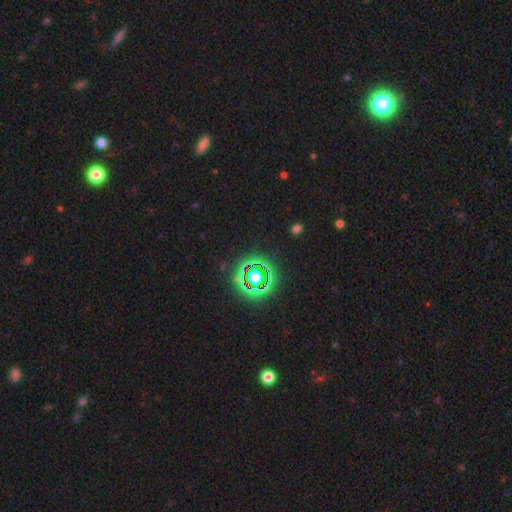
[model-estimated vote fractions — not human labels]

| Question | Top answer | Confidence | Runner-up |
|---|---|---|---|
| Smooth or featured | star or artifact | 78% | smooth (14%) |